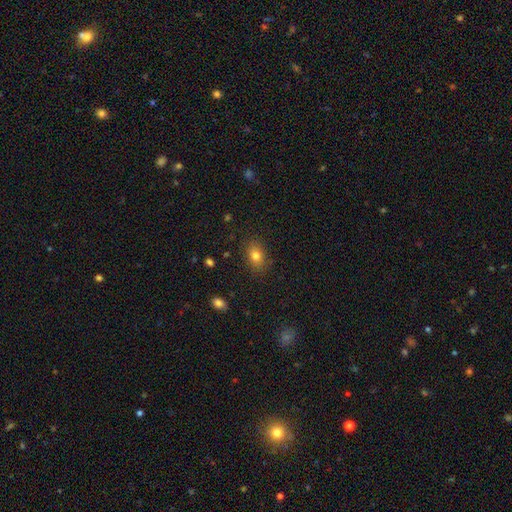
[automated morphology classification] smooth-or-featured: smooth: 79% | star or artifact: 12% | featured or disk: 9%
  how-rounded: in between: 70% | round: 28% | cigar-shaped: 2%
  merging: none: 85% | minor disturbance: 11% | major disturbance: 3% | merger: 1%